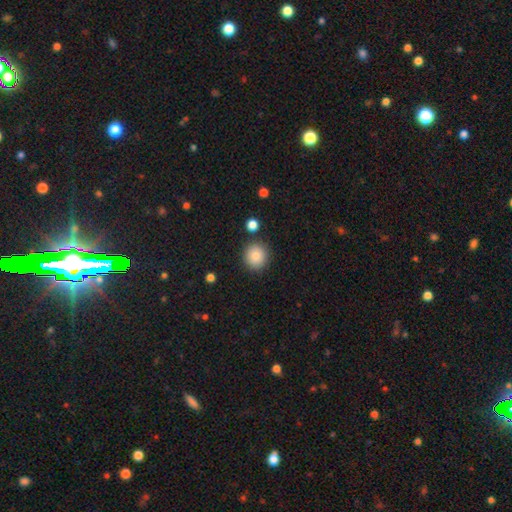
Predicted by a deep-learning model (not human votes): A smooth galaxy with no disk features (85%) that is round (90%).

Vote fractions:
- Smooth or featured? smooth: 85% / star or artifact: 9% / featured or disk: 5%
- How rounded? round: 90% / in between: 9% / cigar-shaped: 1%
- Merging? none: 86% / minor disturbance: 8% / merger: 4% / major disturbance: 2%